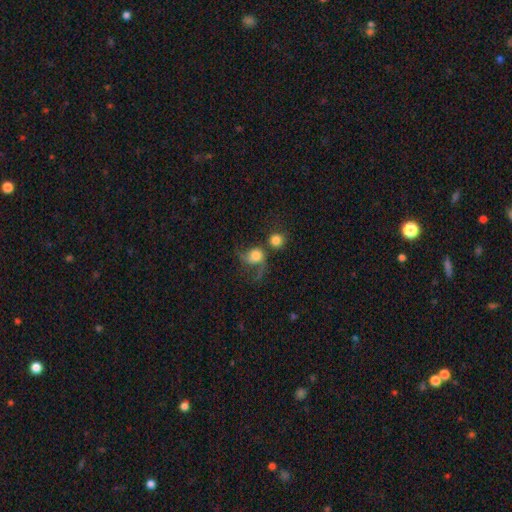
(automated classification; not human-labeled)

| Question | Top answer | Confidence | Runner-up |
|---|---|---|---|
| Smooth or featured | smooth | 47% | featured or disk (42%) |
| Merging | major disturbance | 30% | none (29%) |